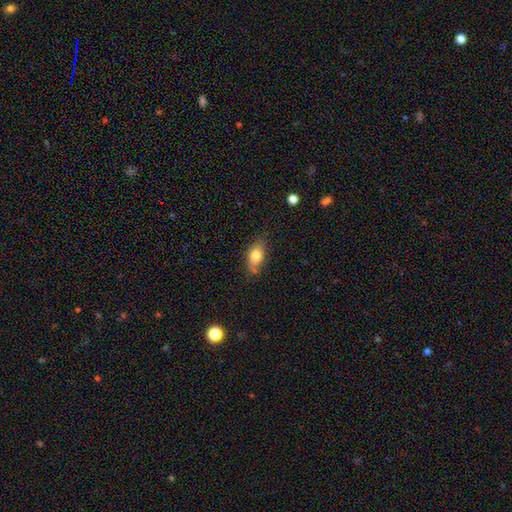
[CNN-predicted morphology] type=smooth (76%); roundness=in between (83%); merging=none (67%).